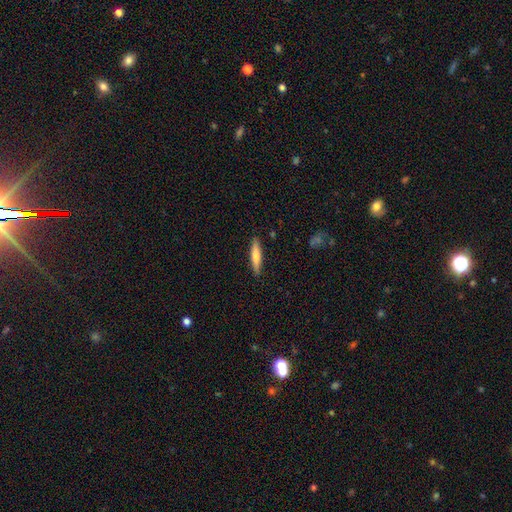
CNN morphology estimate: This appears to be a smooth galaxy with no disk features (65%) that is cigar-shaped (87%). Merging: none (89%).